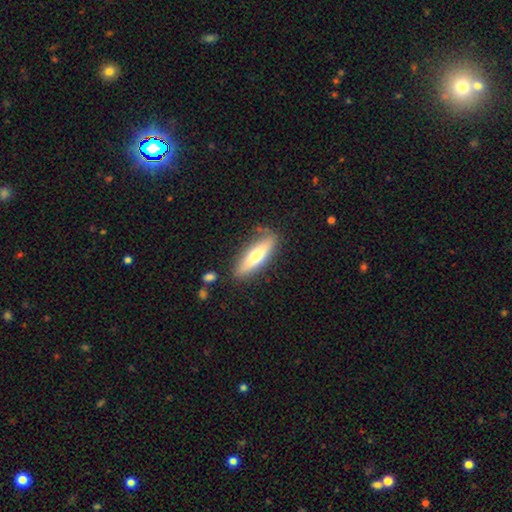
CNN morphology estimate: smooth_or_featured: smooth (p=0.61) [alt: featured or disk p=0.33]
how_rounded: cigar-shaped (p=0.64) [alt: in between p=0.34]
merging: none (p=0.81) [alt: minor disturbance p=0.13]